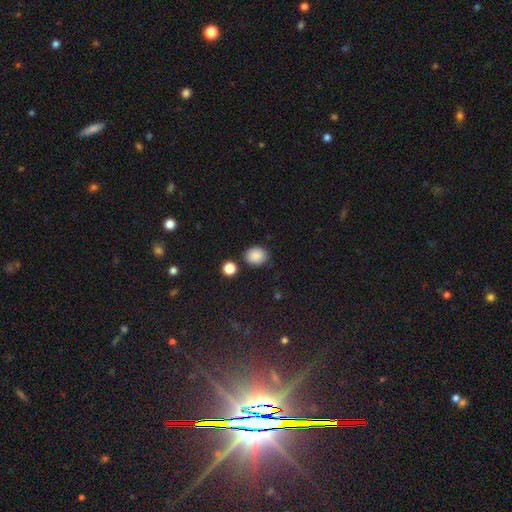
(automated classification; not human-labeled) Smooth or featured?
  - smooth: 87% *
  - star or artifact: 9%
  - featured or disk: 4%
How rounded?
  - round: 55% *
  - in between: 44%
  - cigar-shaped: 1%
Merging?
  - none: 81% *
  - minor disturbance: 11%
  - merger: 5%
  - major disturbance: 3%